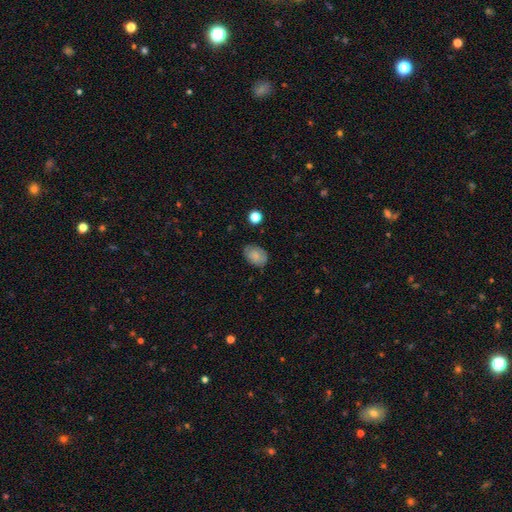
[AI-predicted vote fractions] smooth 75%, featured or disk 16%, star or artifact 9%. Down the decision tree: how rounded — in between (77%); merging — none (76%).